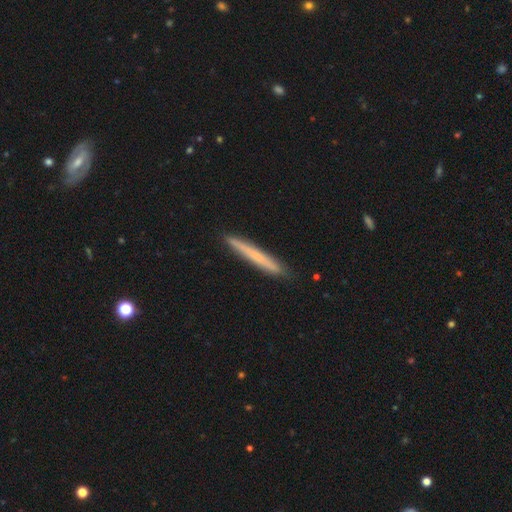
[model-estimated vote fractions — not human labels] Smooth or featured: smooth — 64% (featured or disk — 29%)
How rounded: cigar-shaped — 97% (in between — 2%)
Merging: none — 90% (minor disturbance — 7%)